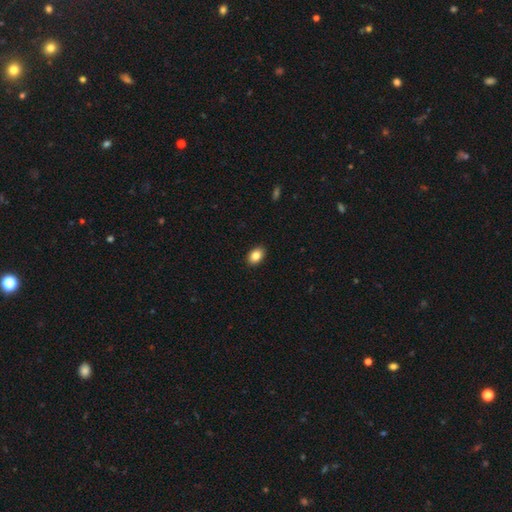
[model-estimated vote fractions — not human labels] Smooth or featured?
  - smooth: 87% *
  - star or artifact: 8%
  - featured or disk: 5%
How rounded?
  - in between: 83% *
  - round: 16%
  - cigar-shaped: 1%
Merging?
  - none: 90% *
  - minor disturbance: 7%
  - major disturbance: 2%
  - merger: 1%